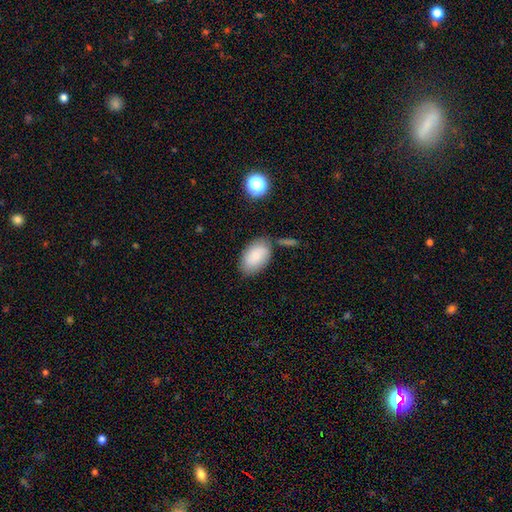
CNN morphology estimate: A smooth galaxy with no disk features (82%) that is in between round and cigar-shaped (92%).

Vote fractions:
- Smooth or featured? smooth: 82% / featured or disk: 11% / star or artifact: 7%
- How rounded? in between: 92% / round: 6% / cigar-shaped: 1%
- Merging? none: 70% / minor disturbance: 18% / merger: 8% / major disturbance: 5%